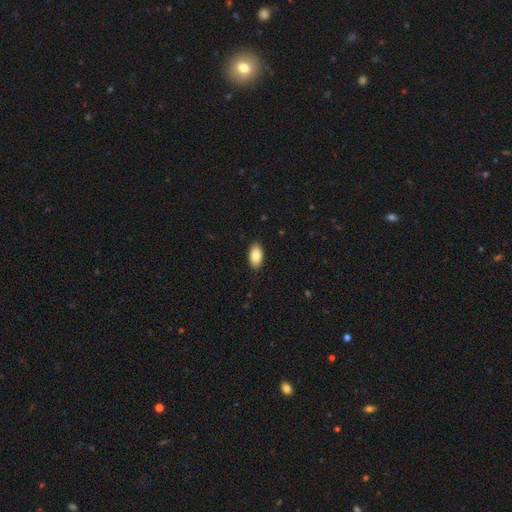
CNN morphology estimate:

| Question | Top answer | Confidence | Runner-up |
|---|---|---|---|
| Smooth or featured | smooth | 85% | featured or disk (9%) |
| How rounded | in between | 94% | round (3%) |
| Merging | none | 90% | minor disturbance (8%) |